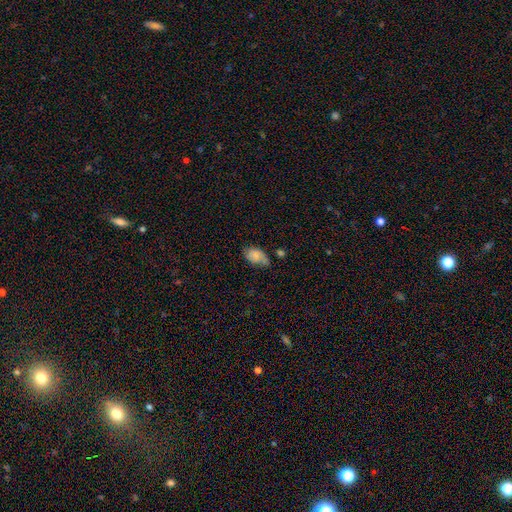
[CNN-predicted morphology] The model was most divided on "merging": none: 50%, minor disturbance: 35%, major disturbance: 9%, merger: 6%. More confident: how rounded — in between (89%); smooth or featured — smooth (77%).